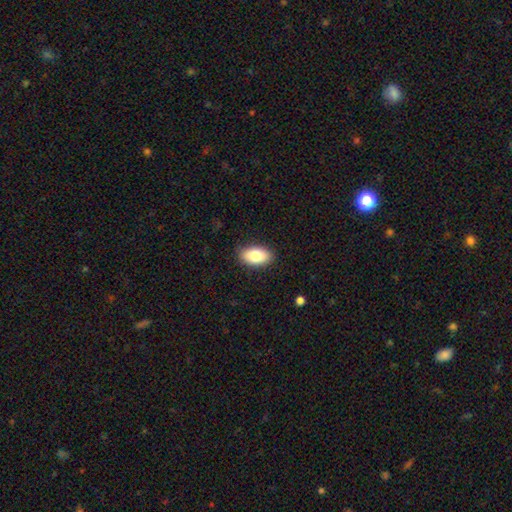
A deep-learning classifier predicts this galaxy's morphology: This is clearly a smooth galaxy (83%). How rounded: clearly in between (93%). Merging: clearly none (87%).